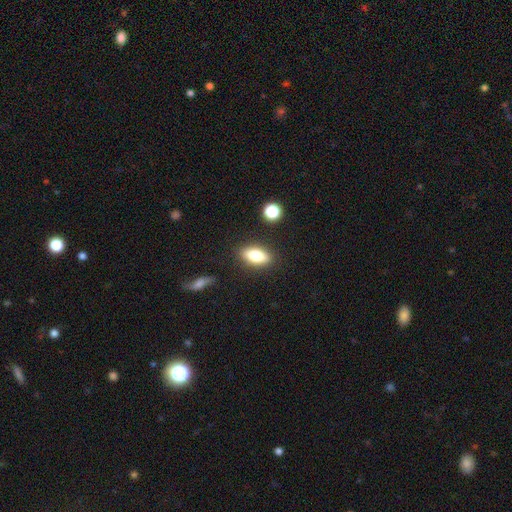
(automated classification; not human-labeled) Smooth or featured? smooth (79%)
How rounded? in between (83%)
Merging? none (85%)